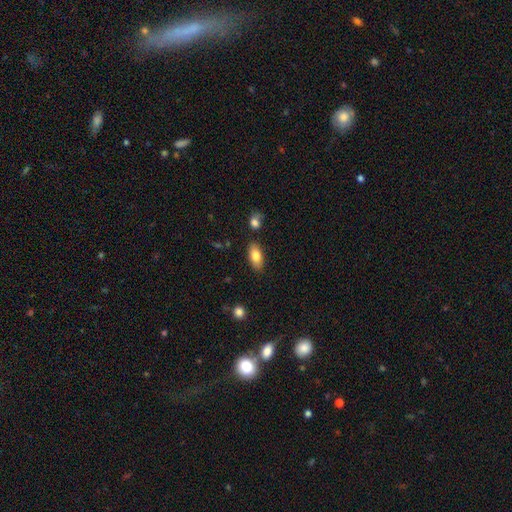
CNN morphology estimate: A smooth galaxy with no disk features (81%) that is in between round and cigar-shaped (90%).

Vote fractions:
- Smooth or featured? smooth: 81% / featured or disk: 12% / star or artifact: 7%
- How rounded? in between: 90% / cigar-shaped: 7% / round: 3%
- Merging? none: 84% / minor disturbance: 10% / merger: 3% / major disturbance: 2%